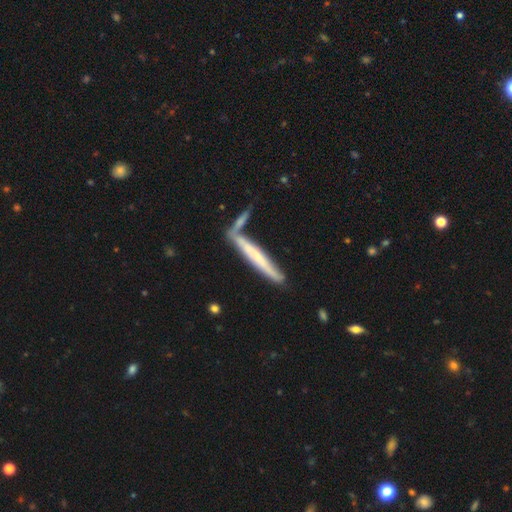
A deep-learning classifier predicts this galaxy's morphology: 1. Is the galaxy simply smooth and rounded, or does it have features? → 47% smooth (tied), 47% featured or disk (tied), 6% star or artifact.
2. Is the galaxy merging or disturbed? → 60% none, 22% merger, 14% minor disturbance, 4% major disturbance.